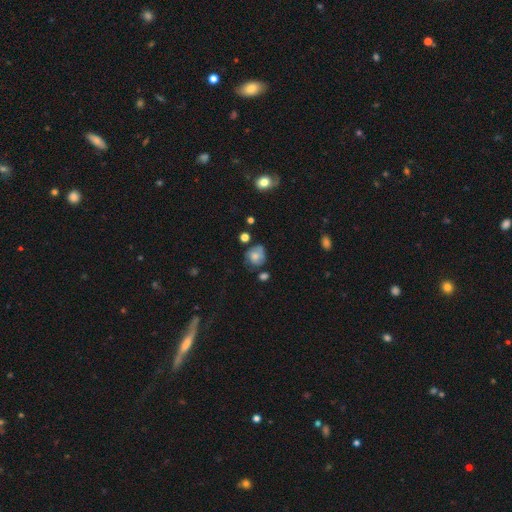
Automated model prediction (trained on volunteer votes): This is possibly a smooth galaxy (60%). How rounded: likely round (71%). Merging: possibly none (54%).